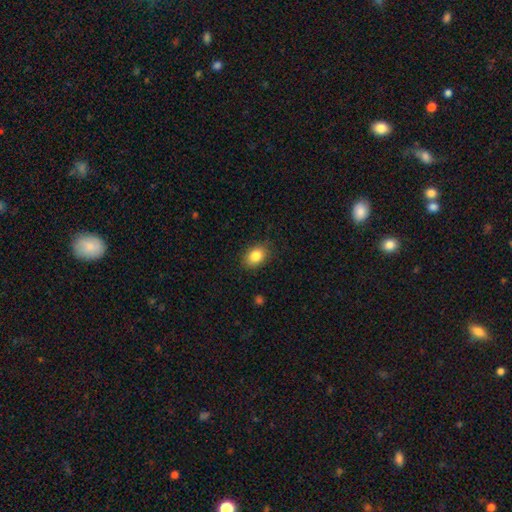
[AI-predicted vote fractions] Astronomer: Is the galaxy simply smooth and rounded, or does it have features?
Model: smooth — 85%.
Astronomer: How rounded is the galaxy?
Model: in between — 70%.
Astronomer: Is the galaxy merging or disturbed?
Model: none — 85%.